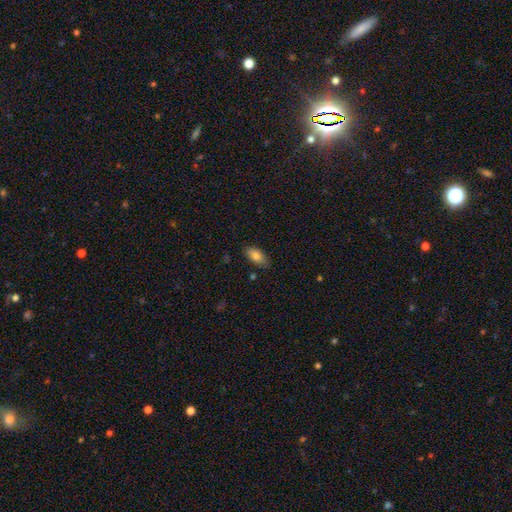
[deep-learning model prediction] This is clearly a smooth galaxy (82%). How rounded: clearly in between (90%). Merging: clearly none (81%).